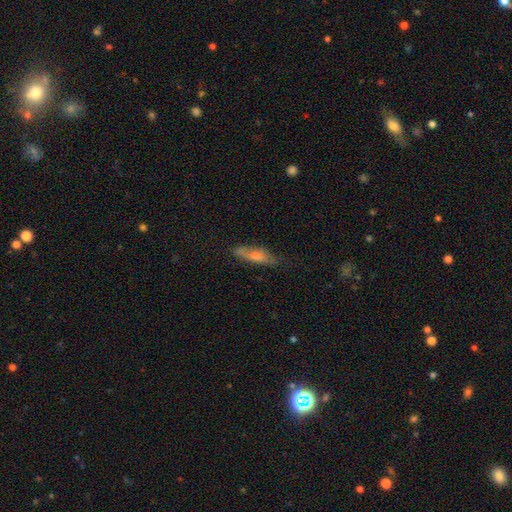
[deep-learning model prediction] Smooth or featured: smooth — 65% (featured or disk — 28%)
How rounded: cigar-shaped — 61% (in between — 37%)
Merging: none — 62% (minor disturbance — 27%)